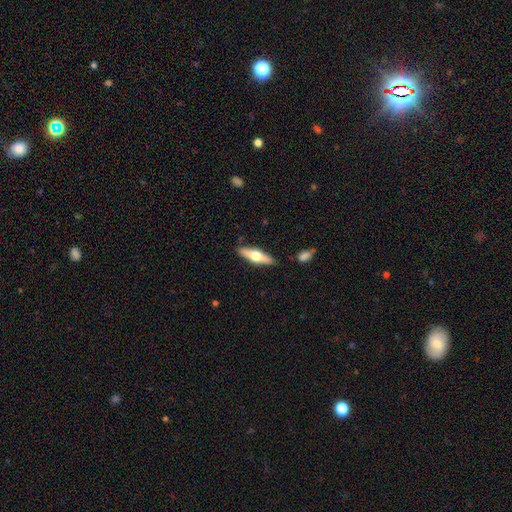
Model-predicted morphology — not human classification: The model was most divided on "smooth or featured": featured or disk: 53%, smooth: 41%, star or artifact: 5%. More confident: edge-on disk — yes (92%); merging — none (87%).